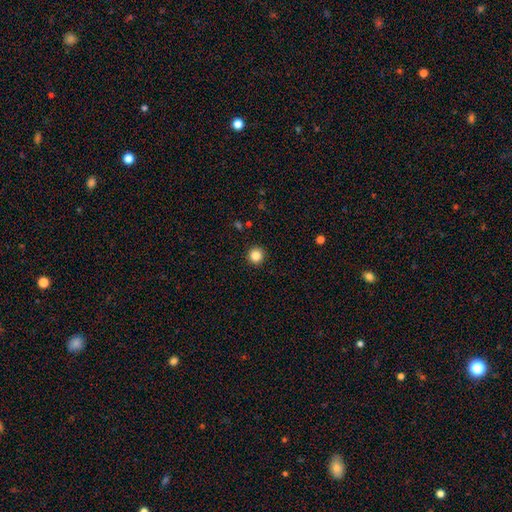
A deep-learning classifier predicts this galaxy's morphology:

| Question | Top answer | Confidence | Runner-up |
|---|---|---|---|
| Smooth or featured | smooth | 85% | star or artifact (11%) |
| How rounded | round | 96% | in between (3%) |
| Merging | none | 93% | minor disturbance (5%) |